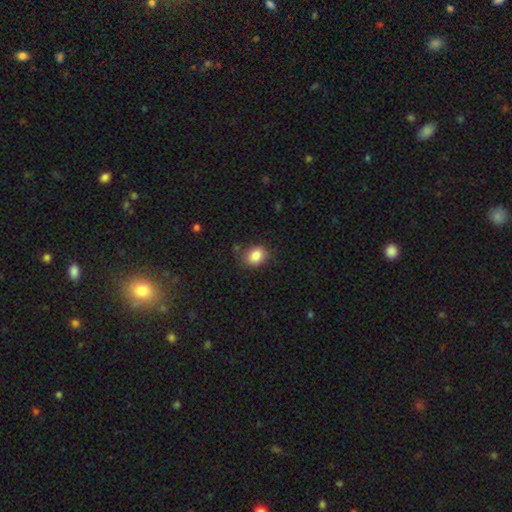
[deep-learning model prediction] smooth_or_featured: smooth (p=0.84) [alt: star or artifact p=0.09]
how_rounded: in between (p=0.53) [alt: round p=0.46]
merging: none (p=0.78) [alt: minor disturbance p=0.15]